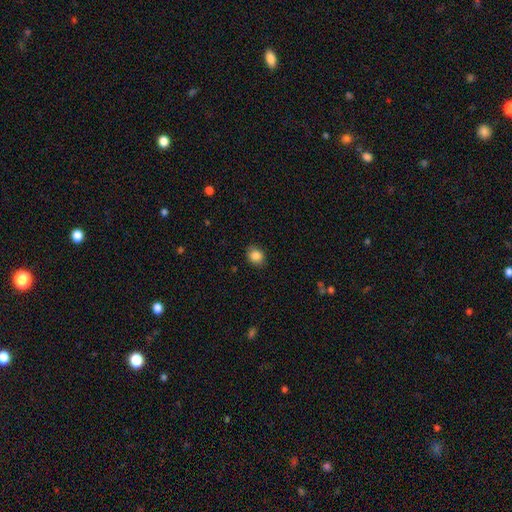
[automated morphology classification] smooth-or-featured: smooth: 86% | star or artifact: 9% | featured or disk: 5%
  how-rounded: round: 56% | in between: 43% | cigar-shaped: 1%
  merging: none: 85% | minor disturbance: 11% | major disturbance: 3% | merger: 1%